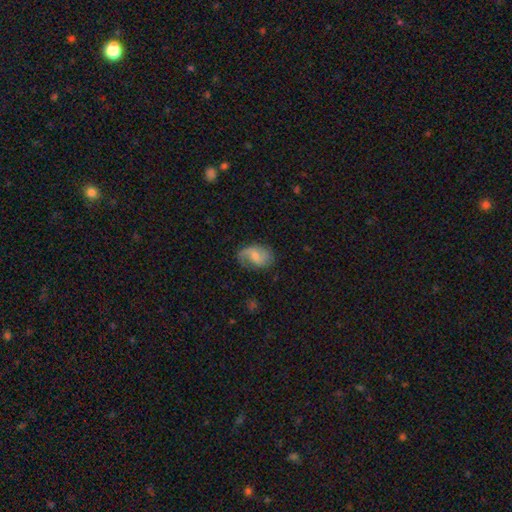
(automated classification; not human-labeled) This appears to be a featured or disk galaxy (62%) with a weak bar (49%), 2 (67%) loose (50%) spiral arms (90%) and a small central bulge (47%). Merging: none (62%).